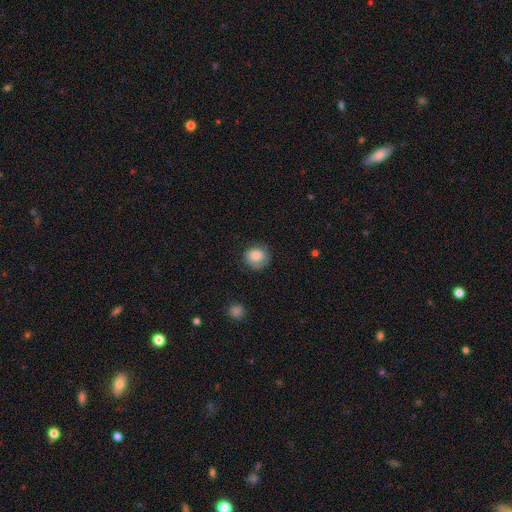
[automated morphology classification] type=smooth (84%); roundness=round (82%); merging=none (75%).